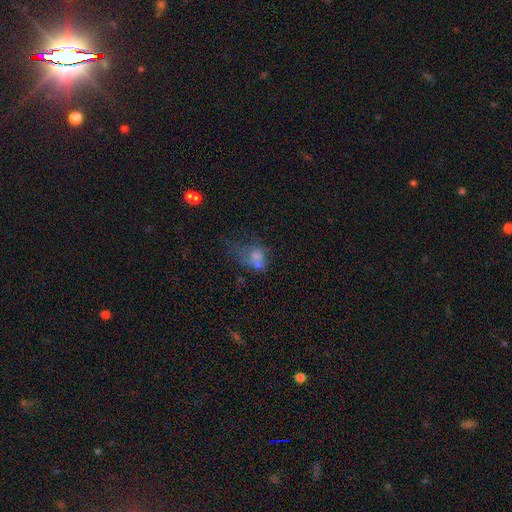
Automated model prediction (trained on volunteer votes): smooth 51%, featured or disk 28%, star or artifact 20%. Down the decision tree: how rounded — in between (57%); merging — major disturbance (31%).